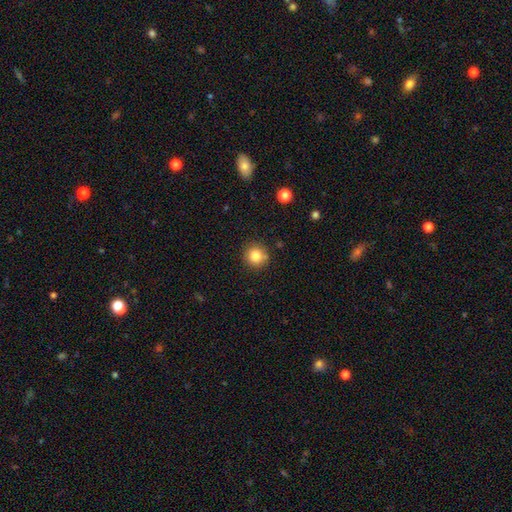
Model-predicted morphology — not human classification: Overall: smooth (83%). How rounded: round (94%). Merging: none (84%).